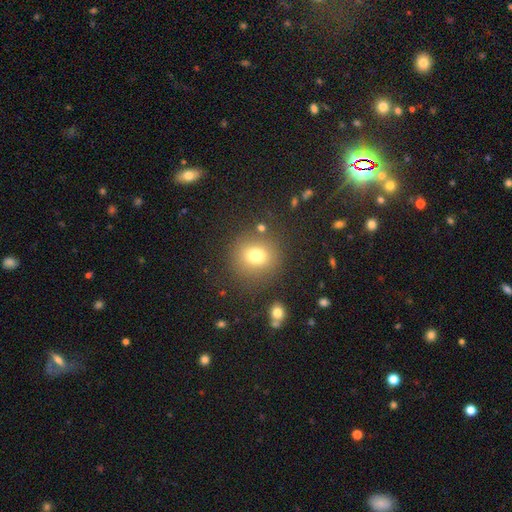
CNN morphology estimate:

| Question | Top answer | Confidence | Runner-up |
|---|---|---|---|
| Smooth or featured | smooth | 74% | star or artifact (15%) |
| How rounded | round | 85% | in between (14%) |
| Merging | none | 80% | minor disturbance (10%) |